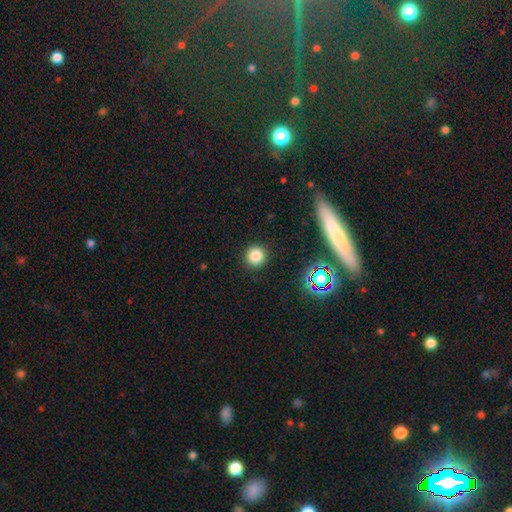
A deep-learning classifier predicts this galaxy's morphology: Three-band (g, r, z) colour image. It shows a smooth galaxy with no disk features (81%) that is round (94%). Merging: none (91%).